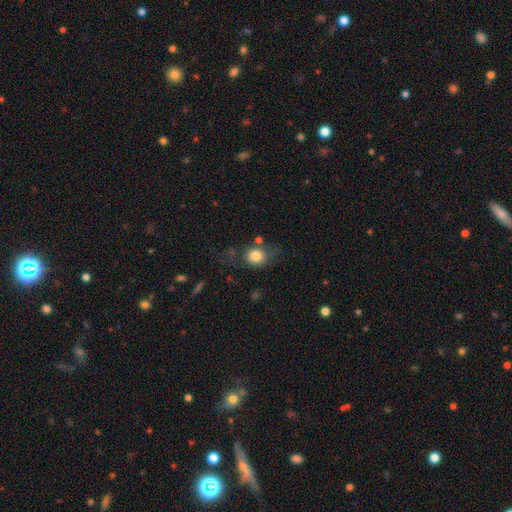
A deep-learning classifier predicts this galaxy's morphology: Smooth or featured: smooth — 81% (featured or disk — 9%)
How rounded: round — 66% (in between — 33%)
Merging: none — 60% (minor disturbance — 21%)